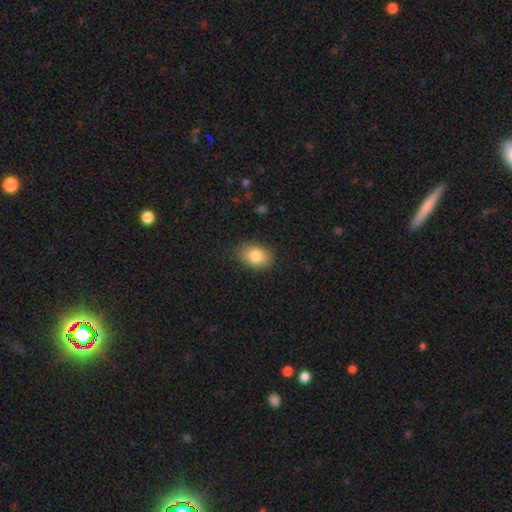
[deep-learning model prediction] Smooth or featured: smooth — 83% (featured or disk — 9%)
How rounded: in between — 76% (round — 22%)
Merging: none — 84% (minor disturbance — 12%)